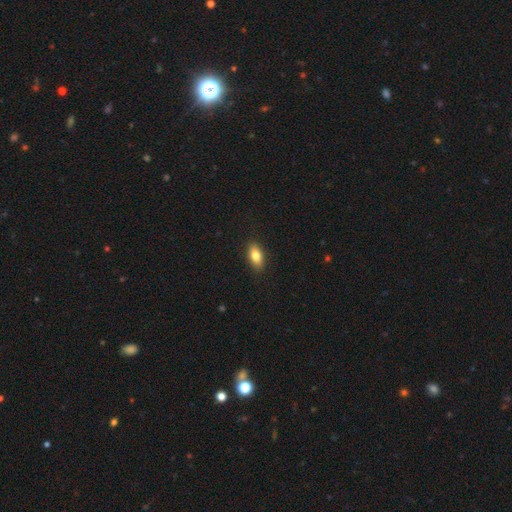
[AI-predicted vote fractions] Q: Smooth or featured?
A: smooth (81%); runner-up: featured or disk (12%)
Q: How rounded?
A: in between (87%); runner-up: cigar-shaped (8%)
Q: Merging?
A: none (89%); runner-up: minor disturbance (8%)